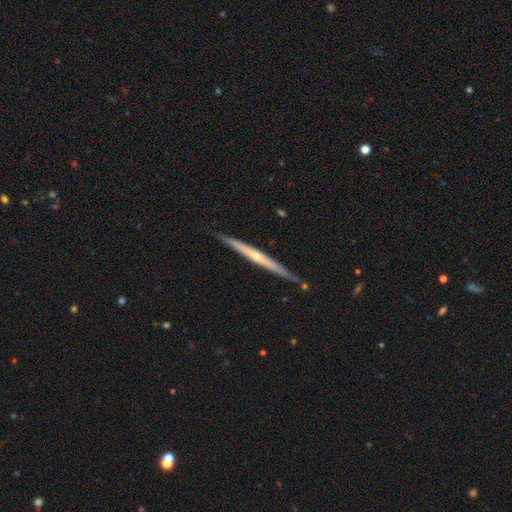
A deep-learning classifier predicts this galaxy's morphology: Smooth or featured: featured or disk — 75% (smooth — 19%)
Edge-on disk: yes — 98% (no — 2%)
Edge-on bulge: rounded — 55% (none — 39%)
Merging: none — 88% (minor disturbance — 9%)